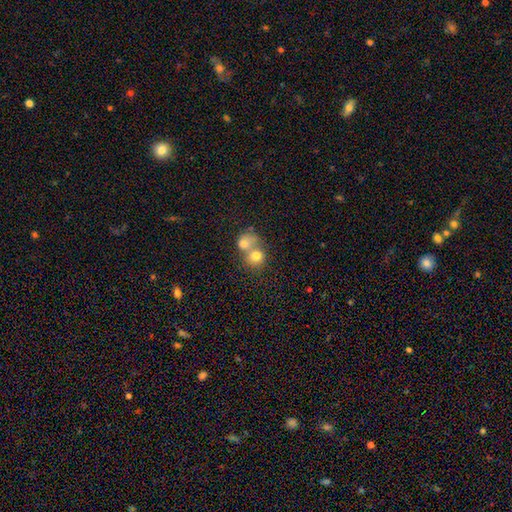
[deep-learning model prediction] smooth 74%, featured or disk 16%, star or artifact 10%. Down the decision tree: how rounded — round (72%); merging — merger (68%).